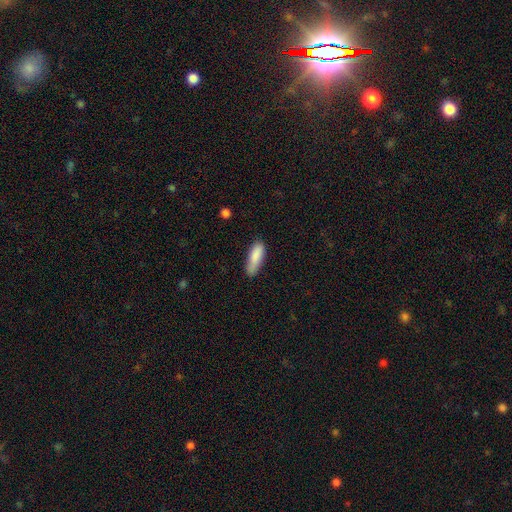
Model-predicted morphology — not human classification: A smooth galaxy with no disk features (87%) that is in between round and cigar-shaped (53%). Merging: none (72%).